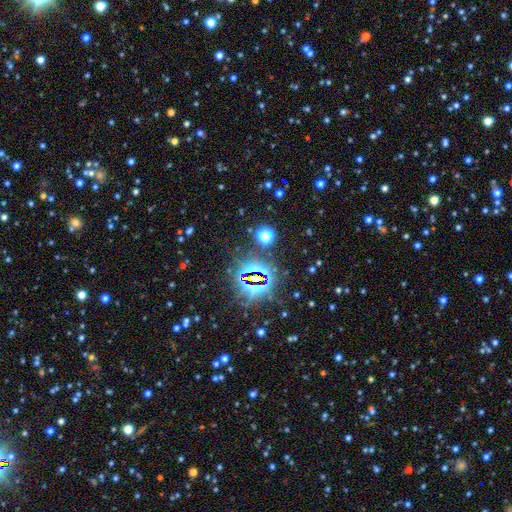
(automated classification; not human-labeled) A star or artifact, not a galaxy (78%).